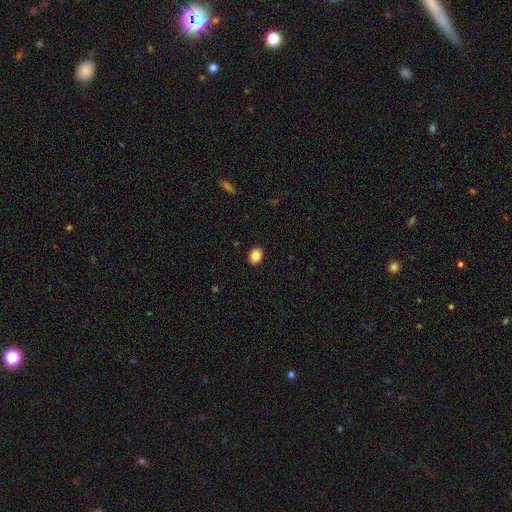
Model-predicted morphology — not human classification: type=smooth (86%); roundness=in between (52%); merging=none (91%).